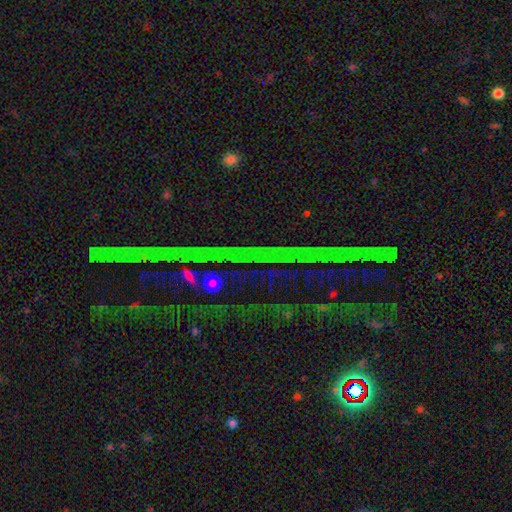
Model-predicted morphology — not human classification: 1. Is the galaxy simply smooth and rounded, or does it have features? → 74% star or artifact, 14% smooth, 12% featured or disk.